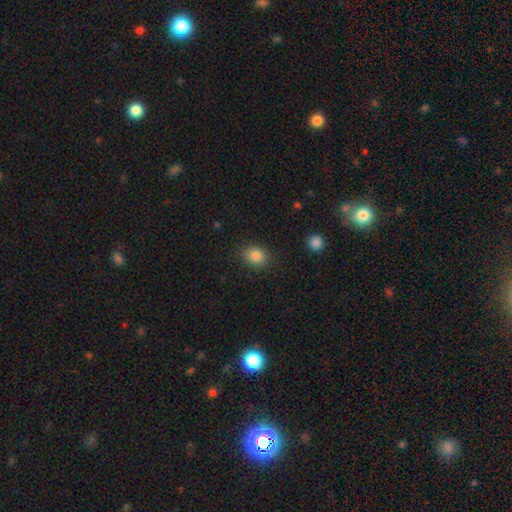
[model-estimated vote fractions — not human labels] Q: Smooth or featured?
A: smooth (85%); runner-up: star or artifact (10%)
Q: How rounded?
A: round (54%); runner-up: in between (45%)
Q: Merging?
A: none (85%); runner-up: minor disturbance (11%)